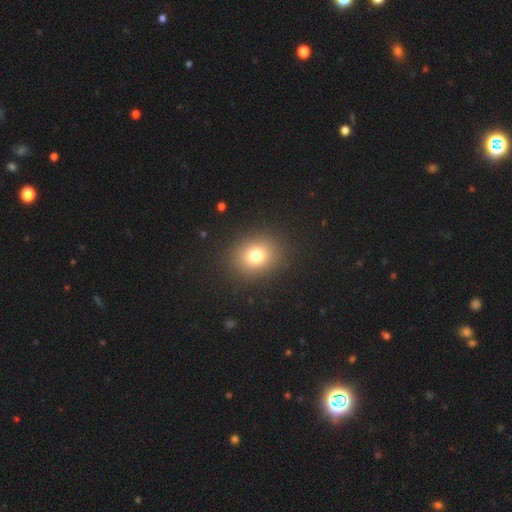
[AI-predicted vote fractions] This appears to be a smooth galaxy with no disk features (76%) that is round (62%). Merging: none (89%).